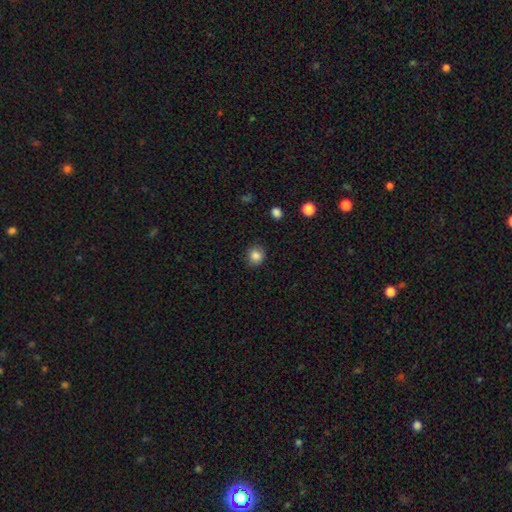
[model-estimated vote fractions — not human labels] The model was most divided on "smooth or featured": smooth: 85%, star or artifact: 11%, featured or disk: 4%. More confident: merging — none (89%); how rounded — round (89%).